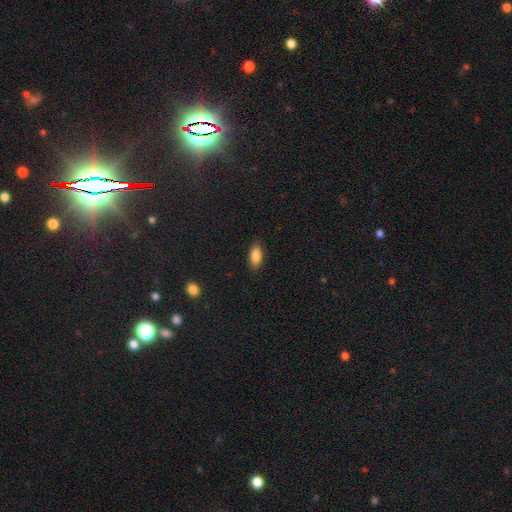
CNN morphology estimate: Smooth or featured? smooth (85%)
How rounded? in between (83%)
Merging? none (86%)